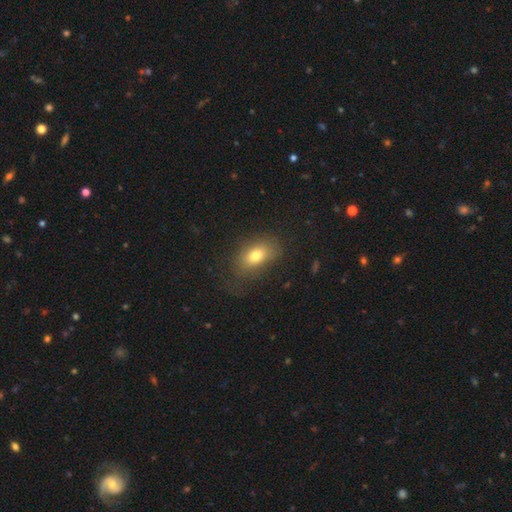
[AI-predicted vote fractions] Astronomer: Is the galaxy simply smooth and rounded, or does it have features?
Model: smooth — 76%.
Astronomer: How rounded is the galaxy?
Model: in between — 84%.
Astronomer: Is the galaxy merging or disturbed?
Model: none — 65%.